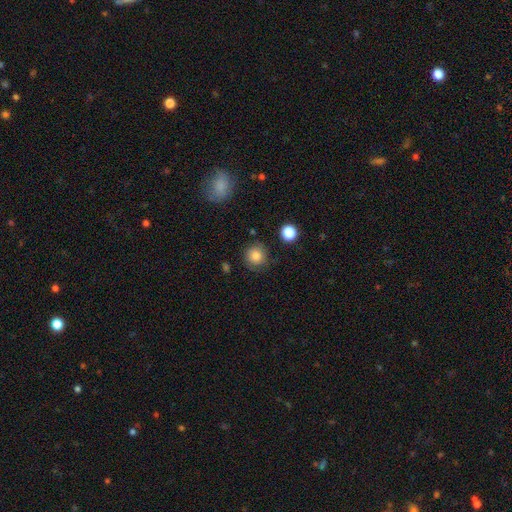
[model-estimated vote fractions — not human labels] A smooth galaxy with no disk features (82%) that is round (92%).

Vote fractions:
- Smooth or featured? smooth: 82% / star or artifact: 11% / featured or disk: 7%
- How rounded? round: 92% / in between: 7% / cigar-shaped: 1%
- Merging? none: 81% / minor disturbance: 13% / major disturbance: 4% / merger: 3%